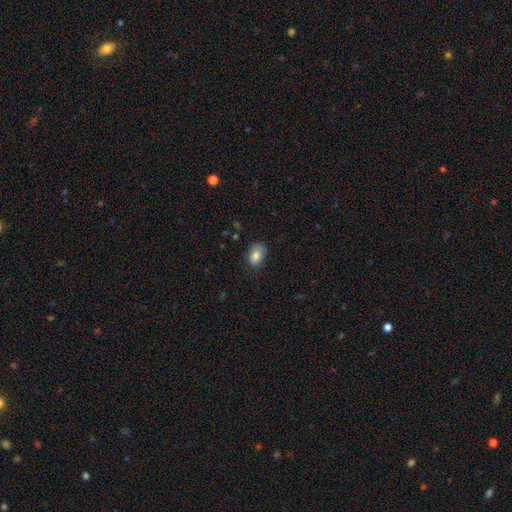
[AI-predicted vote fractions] Q: Smooth or featured?
A: smooth (83%); runner-up: featured or disk (9%)
Q: How rounded?
A: in between (83%); runner-up: round (16%)
Q: Merging?
A: none (68%); runner-up: minor disturbance (25%)